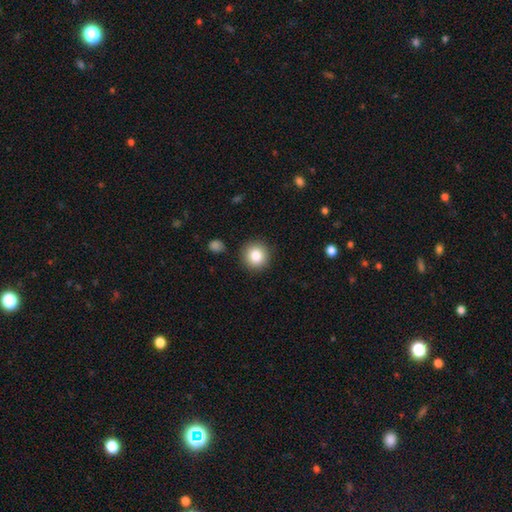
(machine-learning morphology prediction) Q: Smooth or featured?
A: smooth (83%); runner-up: star or artifact (10%)
Q: How rounded?
A: round (94%); runner-up: in between (5%)
Q: Merging?
A: none (90%); runner-up: minor disturbance (6%)